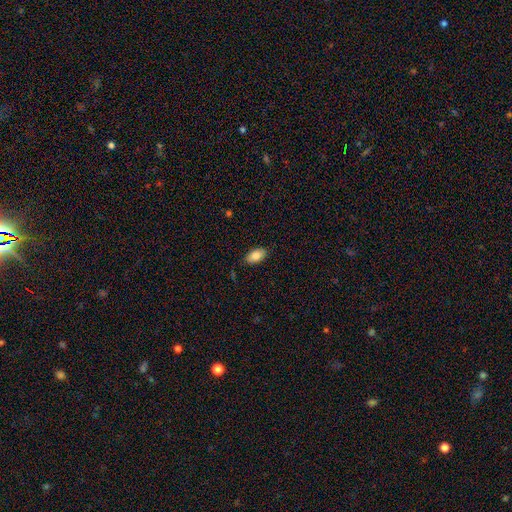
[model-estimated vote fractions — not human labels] Smooth or featured?
  - smooth: 83% *
  - featured or disk: 10%
  - star or artifact: 7%
How rounded?
  - in between: 94% *
  - round: 4%
  - cigar-shaped: 3%
Merging?
  - none: 86% *
  - minor disturbance: 10%
  - major disturbance: 2%
  - merger: 1%